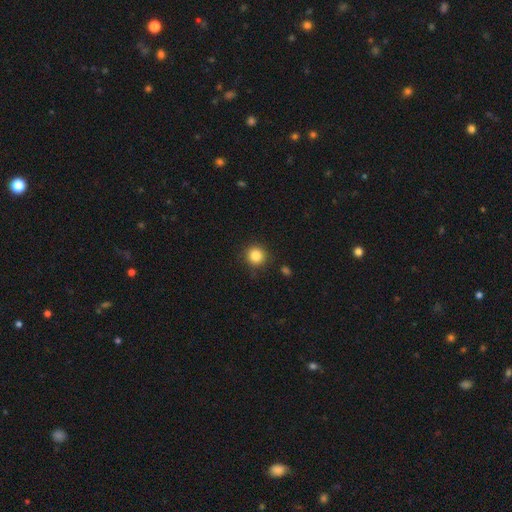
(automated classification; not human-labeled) A smooth galaxy with no disk features (85%) that is round (93%).

Vote fractions:
- Smooth or featured? smooth: 85% / star or artifact: 11% / featured or disk: 4%
- How rounded? round: 93% / in between: 6% / cigar-shaped: 1%
- Merging? none: 88% / minor disturbance: 8% / major disturbance: 2% / merger: 2%